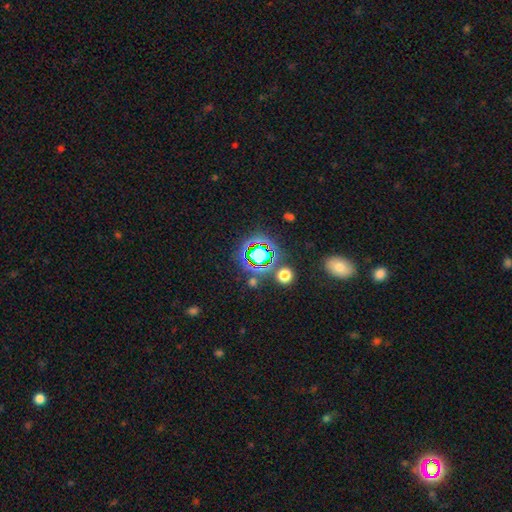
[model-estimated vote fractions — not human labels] Smooth or featured? star or artifact (63%)